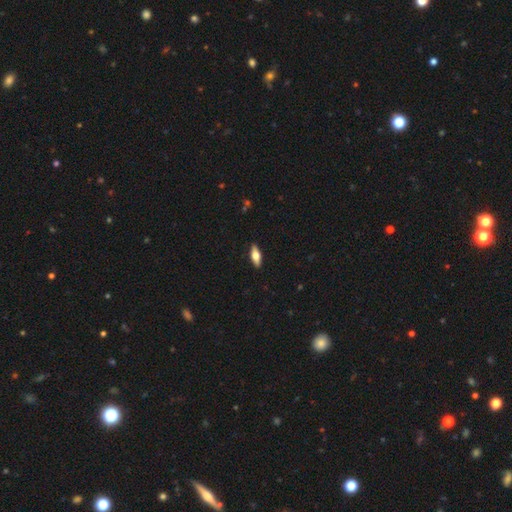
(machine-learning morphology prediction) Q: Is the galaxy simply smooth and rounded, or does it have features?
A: smooth — 52%.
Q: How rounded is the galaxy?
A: in between — 66%.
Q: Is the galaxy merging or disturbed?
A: none — 90%.